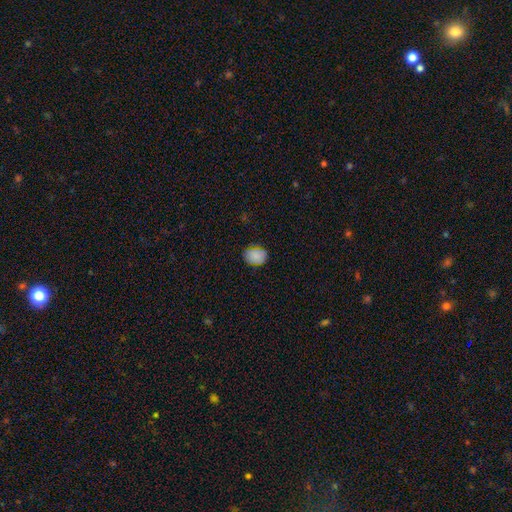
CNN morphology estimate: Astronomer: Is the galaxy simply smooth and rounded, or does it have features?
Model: smooth — 84%.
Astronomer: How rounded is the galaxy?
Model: in between — 52% (runner-up: round, 47%).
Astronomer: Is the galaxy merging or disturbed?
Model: none — 81%.